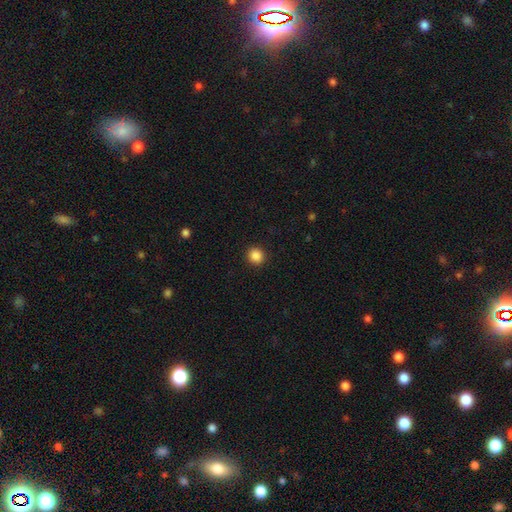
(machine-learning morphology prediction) A smooth galaxy with no disk features (87%) that is round (89%).

Vote fractions:
- Smooth or featured? smooth: 87% / star or artifact: 10% / featured or disk: 3%
- How rounded? round: 89% / in between: 10% / cigar-shaped: 1%
- Merging? none: 92% / minor disturbance: 5% / major disturbance: 2% / merger: 1%